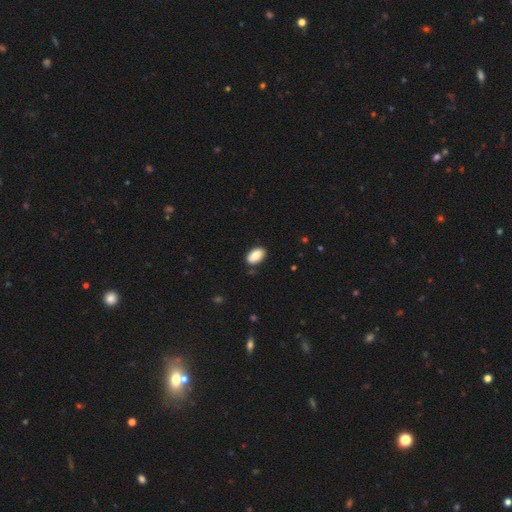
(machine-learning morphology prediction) A smooth galaxy with no disk features (82%) that is in between round and cigar-shaped (92%).

Vote fractions:
- Smooth or featured? smooth: 82% / featured or disk: 11% / star or artifact: 7%
- How rounded? in between: 92% / round: 6% / cigar-shaped: 1%
- Merging? none: 85% / minor disturbance: 11% / major disturbance: 2% / merger: 1%